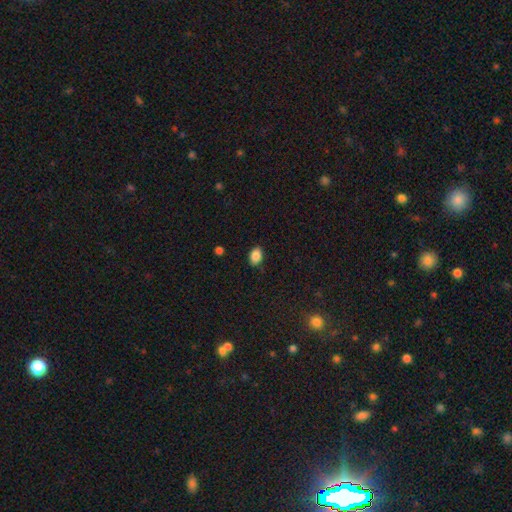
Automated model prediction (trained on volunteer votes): The model was most divided on "how rounded": in between: 80%, round: 19%, cigar-shaped: 1%. More confident: smooth or featured — smooth (88%); merging — none (86%).